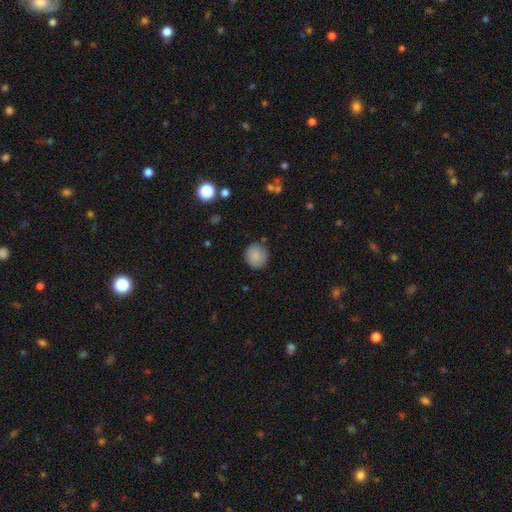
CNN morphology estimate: Overall: smooth (87%). How rounded: round (90%). Merging: none (84%).